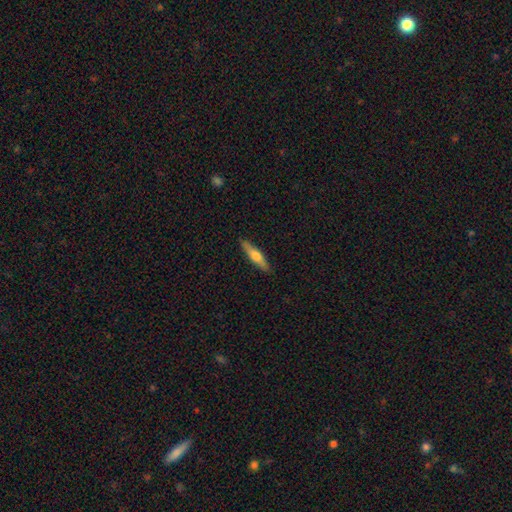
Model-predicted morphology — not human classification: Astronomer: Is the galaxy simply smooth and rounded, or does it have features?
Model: smooth — 53% (runner-up: featured or disk, 41%).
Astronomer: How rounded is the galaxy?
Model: cigar-shaped — 80%.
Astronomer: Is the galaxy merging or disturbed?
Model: none — 89%.